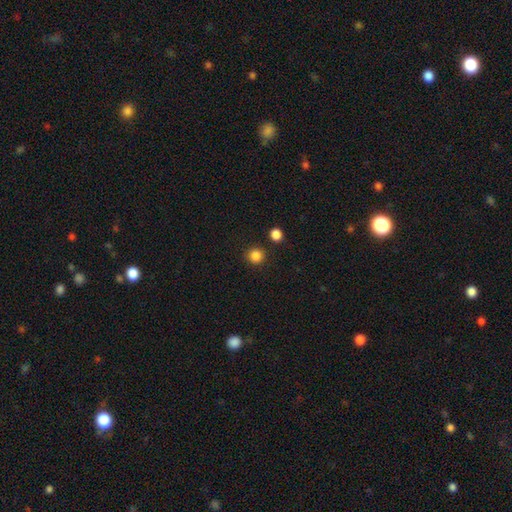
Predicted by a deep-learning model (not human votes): This is clearly a smooth galaxy (86%). How rounded: clearly round (94%). Merging: clearly none (89%).